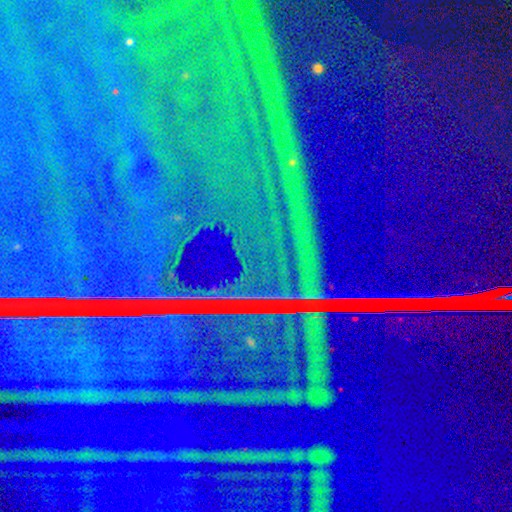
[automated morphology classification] This is clearly a star or artifact rather than a galaxy (87%).